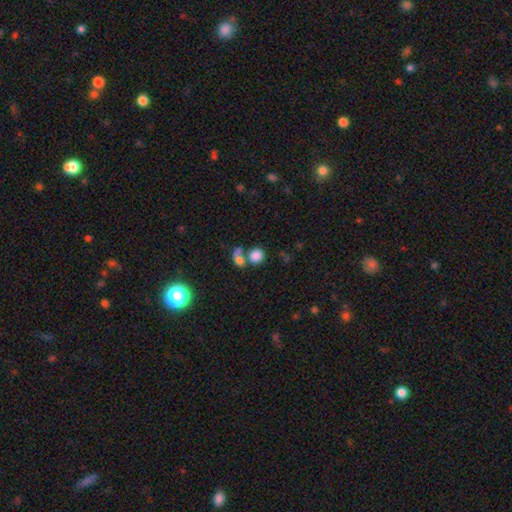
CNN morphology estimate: The model was most divided on "merging": merger: 45%, none: 40%, minor disturbance: 8%, major disturbance: 7%. More confident: smooth or featured — smooth (81%); how rounded — round (76%).